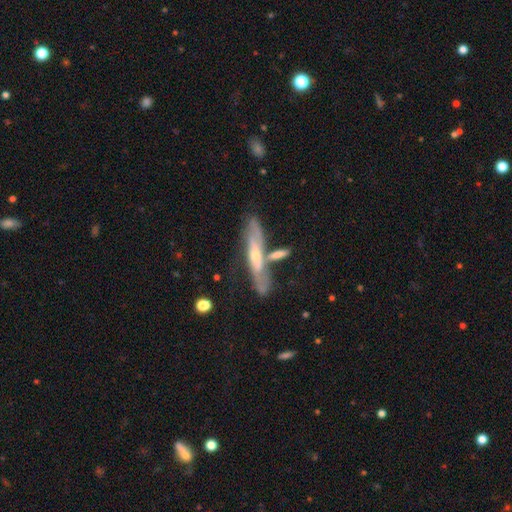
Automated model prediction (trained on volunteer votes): Q: Smooth or featured?
A: featured or disk (66%); runner-up: smooth (27%)
Q: Edge-on disk?
A: yes (65%); runner-up: no (35%)
Q: Merging?
A: none (55%); runner-up: merger (20%)